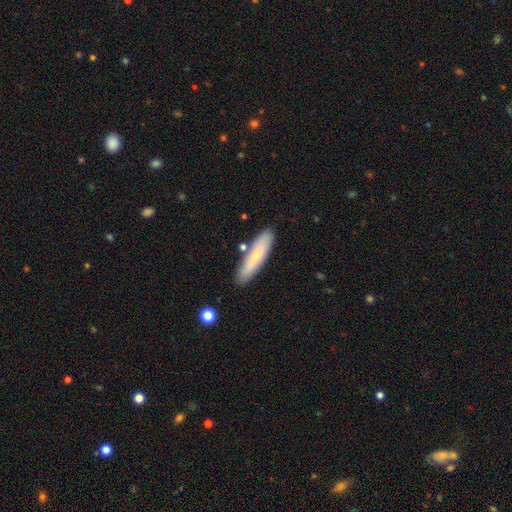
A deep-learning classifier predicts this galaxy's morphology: A smooth galaxy with no disk features (64%) that is cigar-shaped (78%).

Vote fractions:
- Smooth or featured? smooth: 64% / featured or disk: 30% / star or artifact: 7%
- How rounded? cigar-shaped: 78% / in between: 21% / round: 2%
- Merging? none: 84% / minor disturbance: 11% / merger: 4% / major disturbance: 2%